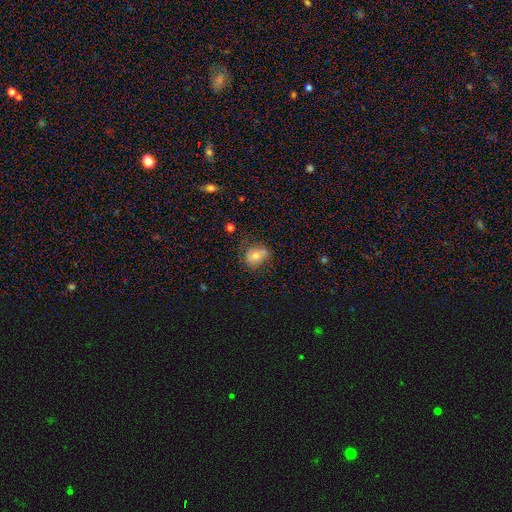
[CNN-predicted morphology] smooth_or_featured: smooth (p=0.65) [alt: featured or disk p=0.24]
how_rounded: in between (p=0.60) [alt: round p=0.38]
merging: none (p=0.59) [alt: minor disturbance p=0.28]